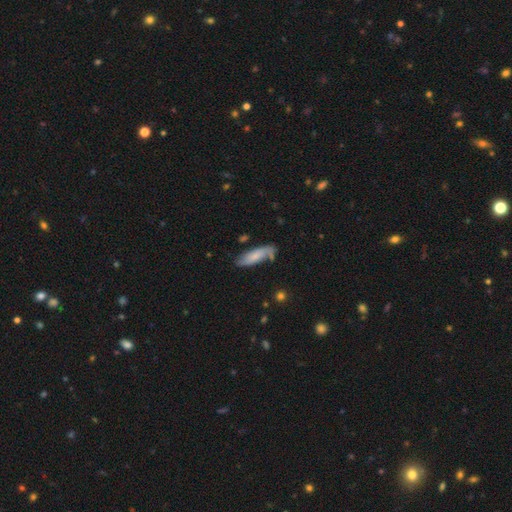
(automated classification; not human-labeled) smooth_or_featured: smooth (p=0.59) [alt: featured or disk p=0.35]
how_rounded: in between (p=0.49) [tied with: cigar-shaped p=0.49]
merging: none (p=0.65) [alt: minor disturbance p=0.23]